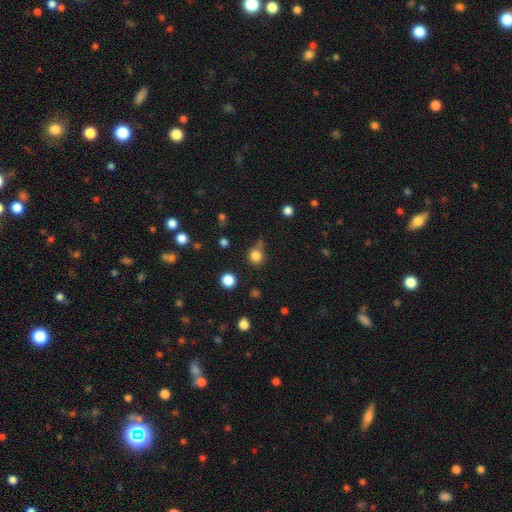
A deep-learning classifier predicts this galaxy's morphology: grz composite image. It shows a smooth galaxy with no disk features (81%) that is round (85%). Merging: none (63%).